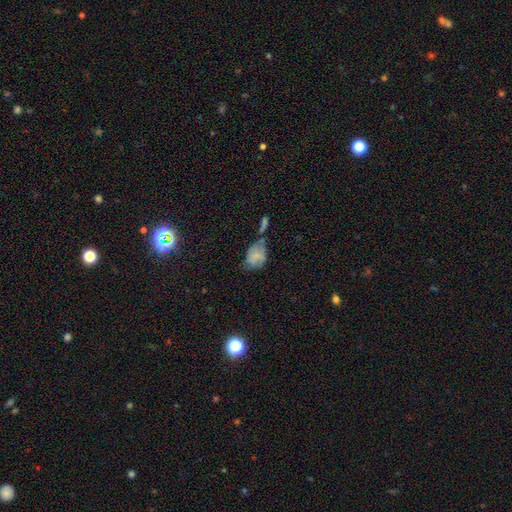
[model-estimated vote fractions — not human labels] Smooth or featured? Predicted: smooth (p=0.65). How rounded? Predicted: in between (p=0.76). Merging? Predicted: merger (p=0.29).